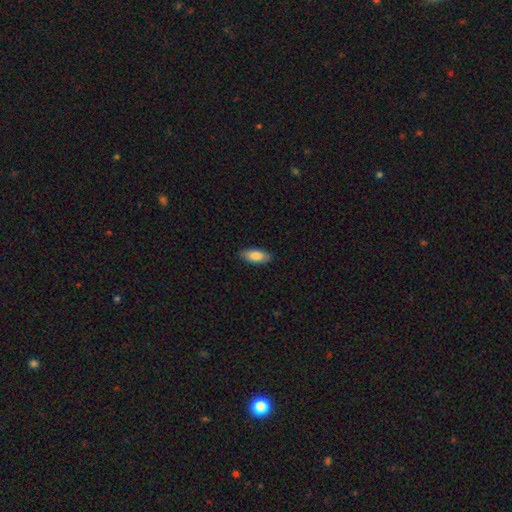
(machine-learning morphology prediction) Smooth or featured? smooth (84%)
How rounded? in between (84%)
Merging? none (88%)